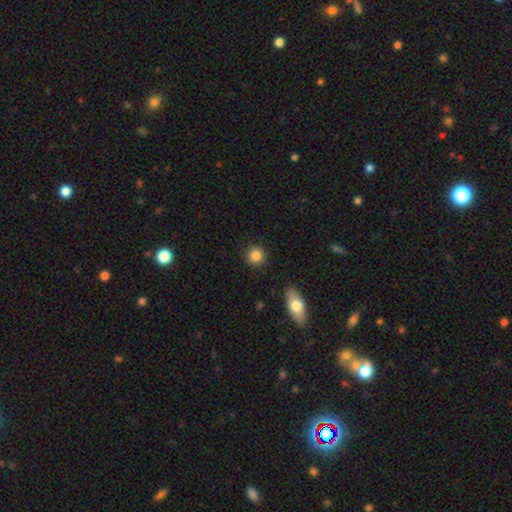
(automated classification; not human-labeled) Smooth or featured? smooth (86%)
How rounded? round (91%)
Merging? none (89%)